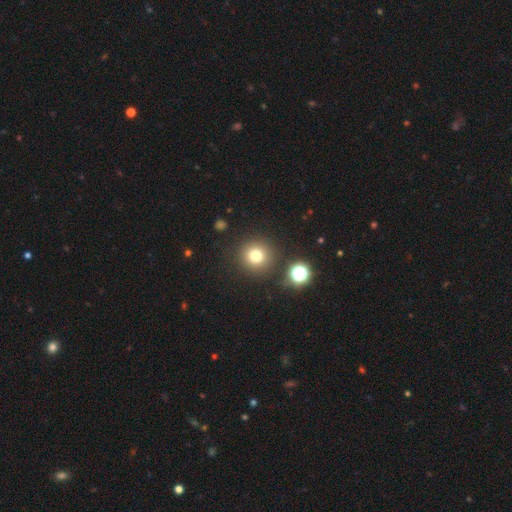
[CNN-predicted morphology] This appears to be a smooth galaxy with no disk features (75%) that is round (95%). Merging: none (88%).